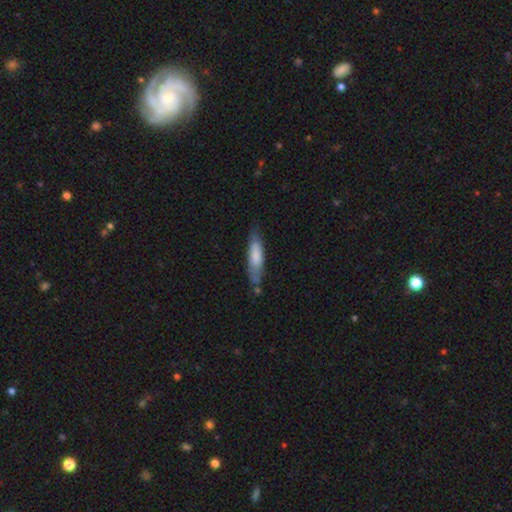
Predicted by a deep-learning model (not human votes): Overall: smooth (75%). How rounded: cigar-shaped (61%; in between 38%). Merging: none (63%; minor disturbance 25%).